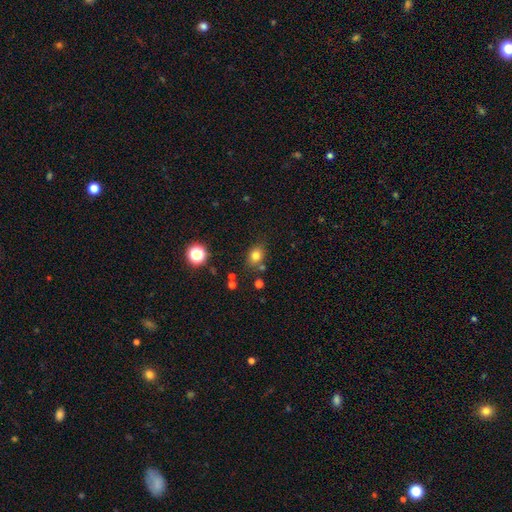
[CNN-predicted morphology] Smooth or featured: smooth — 78% (star or artifact — 14%)
How rounded: round — 53% (in between — 46%)
Merging: none — 75% (minor disturbance — 14%)